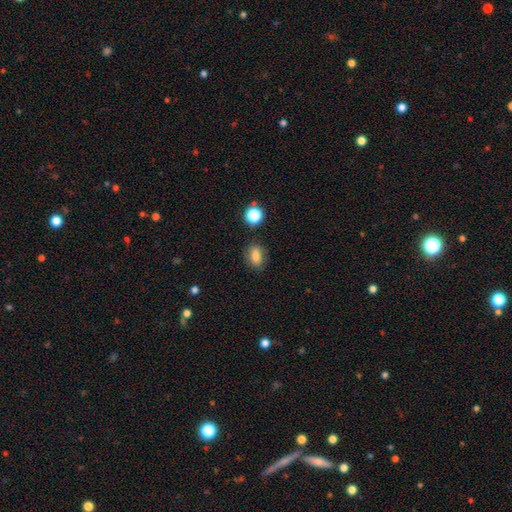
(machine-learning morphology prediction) smooth_or_featured: smooth (p=0.78) [alt: star or artifact p=0.12]
how_rounded: in between (p=0.71) [alt: round p=0.26]
merging: none (p=0.78) [alt: minor disturbance p=0.15]